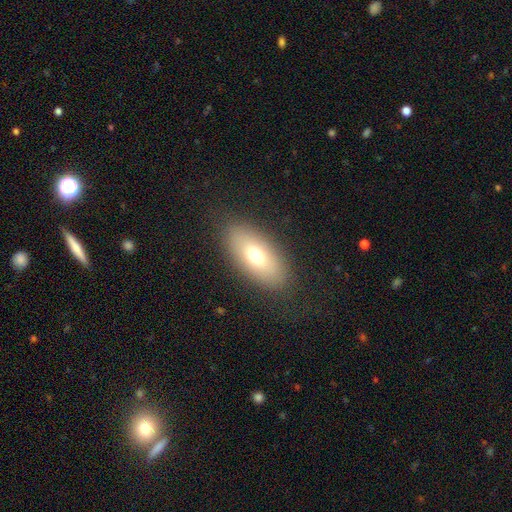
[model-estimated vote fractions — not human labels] Smooth or featured? smooth (70%)
How rounded? in between (87%)
Merging? none (85%)